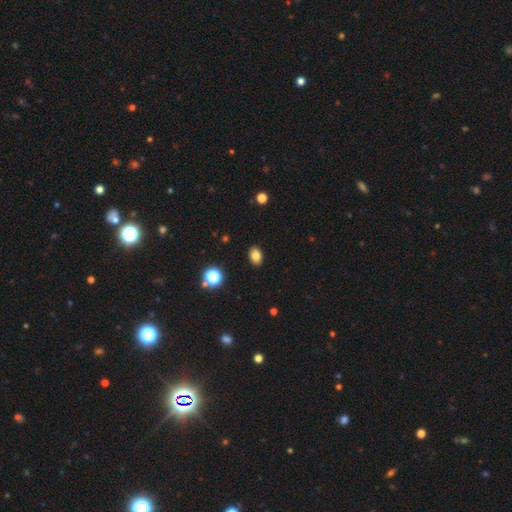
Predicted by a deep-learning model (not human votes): A smooth galaxy with no disk features (81%) that is in between round and cigar-shaped (81%).

Vote fractions:
- Smooth or featured? smooth: 81% / star or artifact: 12% / featured or disk: 7%
- How rounded? in between: 81% / round: 18% / cigar-shaped: 1%
- Merging? none: 89% / minor disturbance: 8% / major disturbance: 2% / merger: 1%